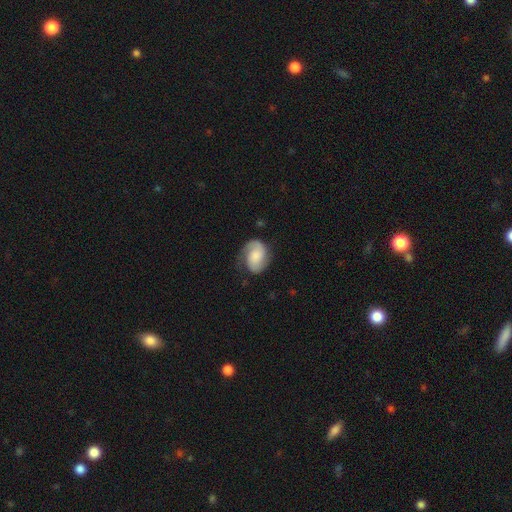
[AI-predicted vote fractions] This is likely a featured or disk galaxy (68%). It is clearly not viewed edge-on (98%). Bar: likely no (62%). Spiral arm pattern: clearly yes (94%). Spiral arm count: clearly 2 (83%). Spiral winding: possibly medium (46%). Central bulge: marginally moderate (32%). Merging: likely none (69%).